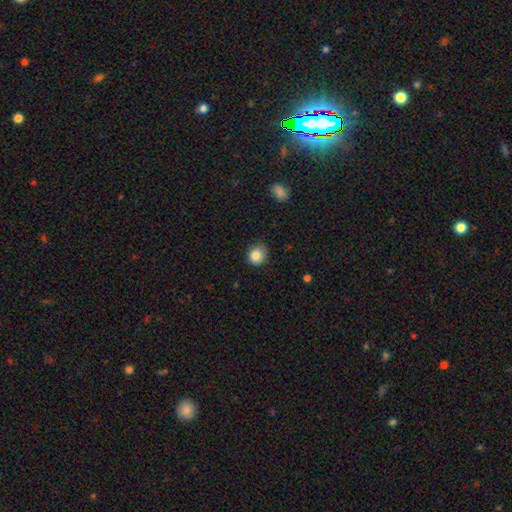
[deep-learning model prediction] smooth 85%, star or artifact 10%, featured or disk 5%. Down the decision tree: how rounded — round (79%); merging — none (76%).